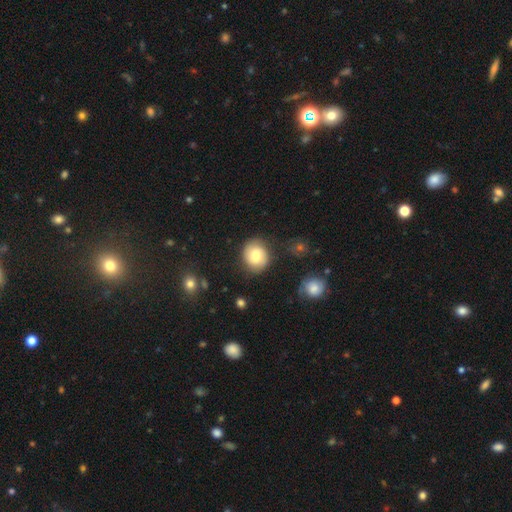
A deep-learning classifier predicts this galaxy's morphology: Smooth or featured?
  - smooth: 73% *
  - featured or disk: 19%
  - star or artifact: 8%
How rounded?
  - round: 75% *
  - in between: 25%
  - cigar-shaped: 1%
Merging?
  - none: 81% *
  - minor disturbance: 13%
  - major disturbance: 4%
  - merger: 2%